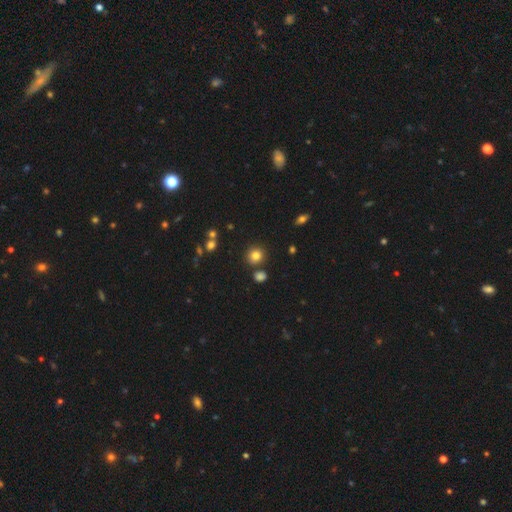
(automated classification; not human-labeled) This is clearly a smooth galaxy (81%). How rounded: clearly round (87%). Merging: clearly none (81%).